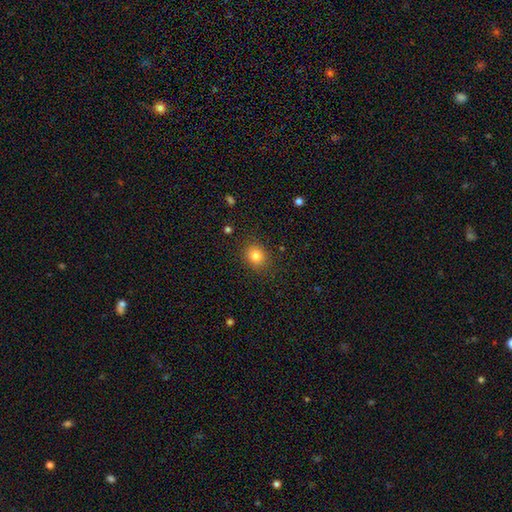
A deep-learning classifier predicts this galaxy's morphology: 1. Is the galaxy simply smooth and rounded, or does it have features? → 82% smooth, 12% star or artifact, 6% featured or disk.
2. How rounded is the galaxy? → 78% round, 22% in between, 1% cigar-shaped.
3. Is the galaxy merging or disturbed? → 87% none, 9% minor disturbance, 3% major disturbance, 1% merger.